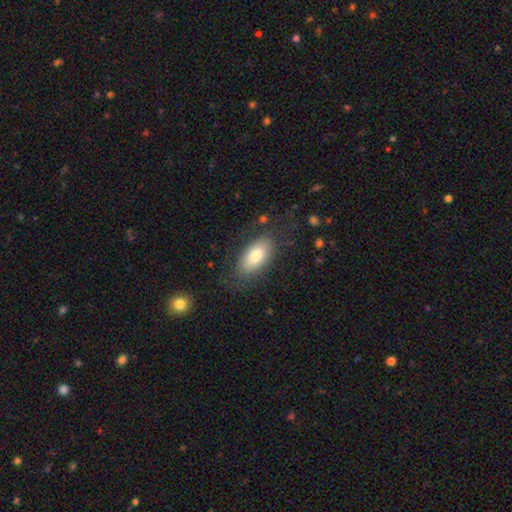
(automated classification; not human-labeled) This appears to be a smooth galaxy with no disk features (74%) that is in between round and cigar-shaped (92%). Merging: none (74%).